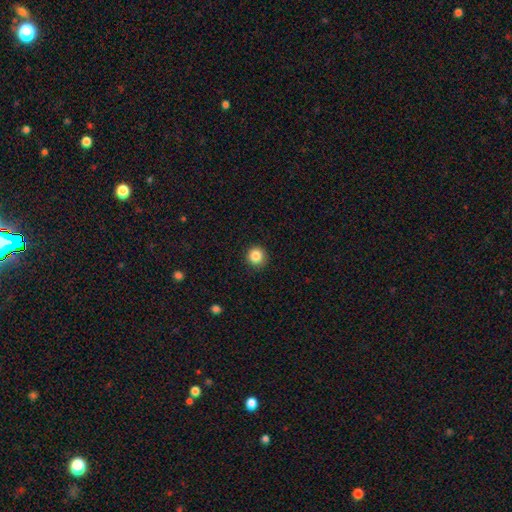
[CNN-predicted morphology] Smooth or featured? Predicted: smooth (p=0.86). How rounded? Predicted: round (p=0.94). Merging? Predicted: none (p=0.91).